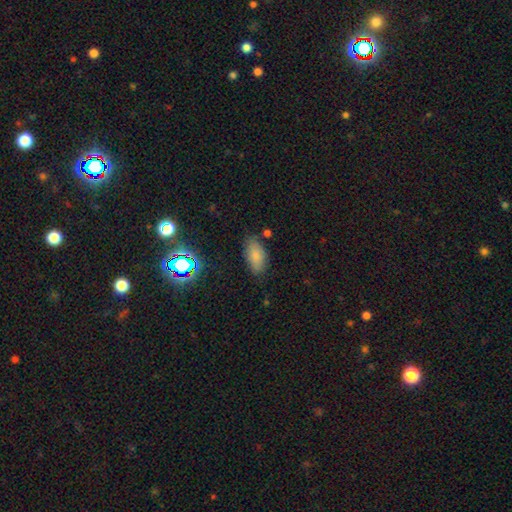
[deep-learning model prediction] Smooth or featured?
  - smooth: 76% *
  - star or artifact: 12%
  - featured or disk: 11%
How rounded?
  - in between: 91% *
  - cigar-shaped: 6%
  - round: 4%
Merging?
  - none: 77% *
  - minor disturbance: 16%
  - major disturbance: 4%
  - merger: 3%